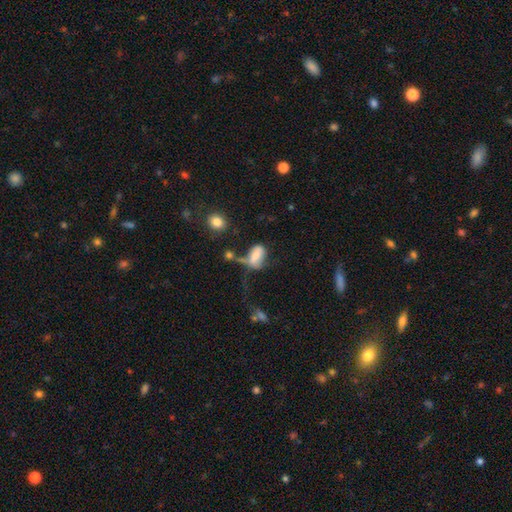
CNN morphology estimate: smooth 64%, featured or disk 26%, star or artifact 10%. Down the decision tree: how rounded — in between (87%); merging — major disturbance (31%).